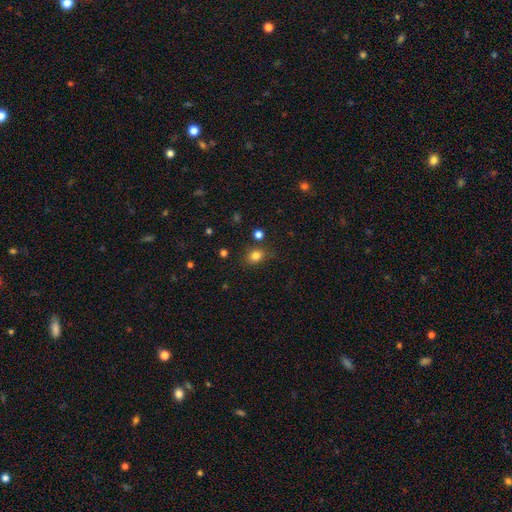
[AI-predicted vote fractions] smooth-or-featured: smooth: 81% | star or artifact: 13% | featured or disk: 6%
  how-rounded: round: 52% | in between: 47% | cigar-shaped: 1%
  merging: none: 75% | minor disturbance: 15% | merger: 5% | major disturbance: 4%